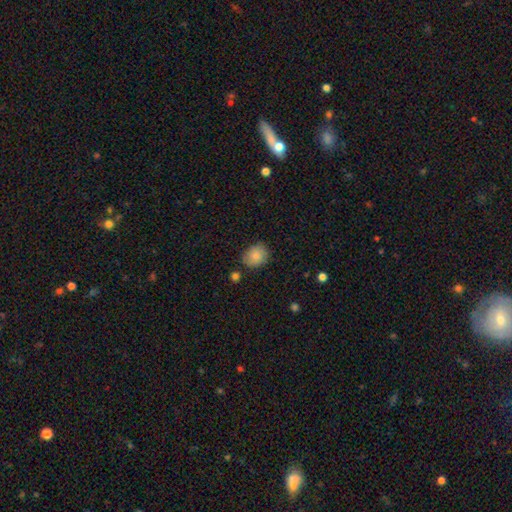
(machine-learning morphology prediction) A smooth galaxy with no disk features (86%) that is in between round and cigar-shaped (50%). Merging: none (79%).